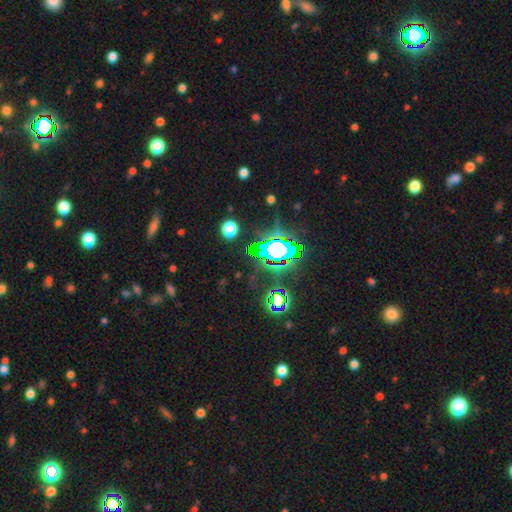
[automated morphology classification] smooth_or_featured: star or artifact (p=0.80) [alt: smooth p=0.12]